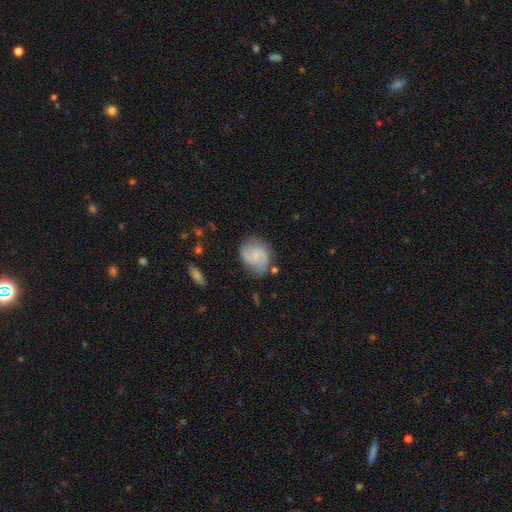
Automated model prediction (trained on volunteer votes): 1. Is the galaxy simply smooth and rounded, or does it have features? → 67% featured or disk, 26% smooth, 7% star or artifact.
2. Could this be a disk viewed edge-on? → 98% no, 2% yes.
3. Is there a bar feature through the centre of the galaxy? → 57% no, 37% weak, 6% strong.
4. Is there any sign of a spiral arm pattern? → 94% yes, 6% no.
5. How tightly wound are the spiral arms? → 49% medium, 28% loose, 23% tight.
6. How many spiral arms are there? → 86% 2, 7% can't tell, 3% 3, 2% 1, 1% 4, 1% more than 4.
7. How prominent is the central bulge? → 57% small, 23% none, 18% moderate, 2% large, 1% dominant.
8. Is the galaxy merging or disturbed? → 70% none, 20% minor disturbance, 7% major disturbance, 3% merger.